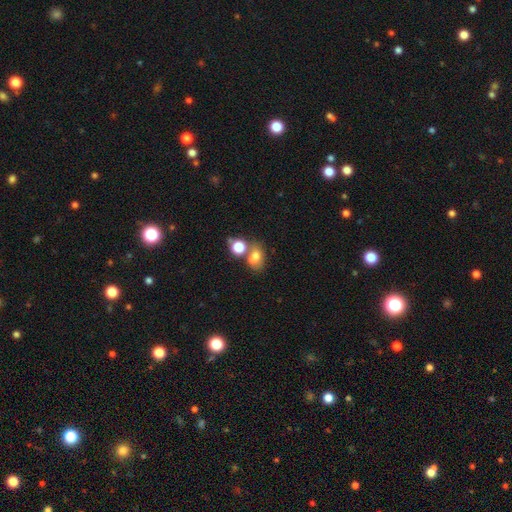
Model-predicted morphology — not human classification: Overall: smooth (70%). How rounded: in between (60%; round 38%). Merging: merger (45%; none 37%).